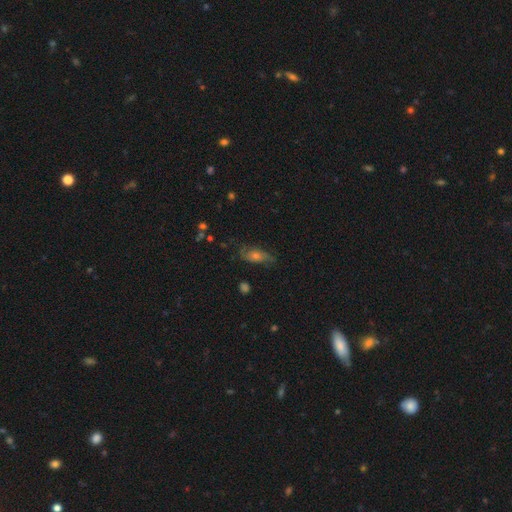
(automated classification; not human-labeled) A featured or disk galaxy (51%). Merging: none (68%).